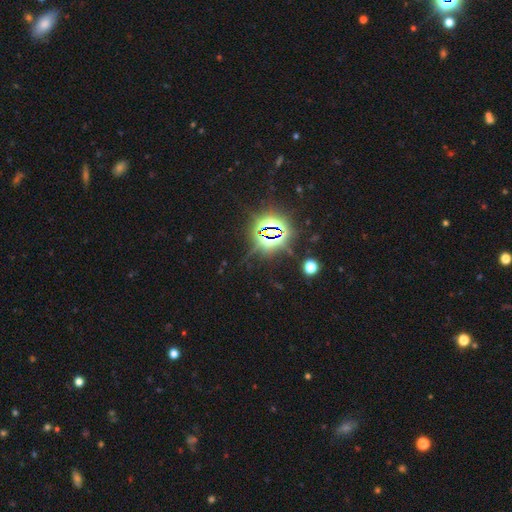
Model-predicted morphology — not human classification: Q: Smooth or featured?
A: star or artifact (83%); runner-up: smooth (11%)